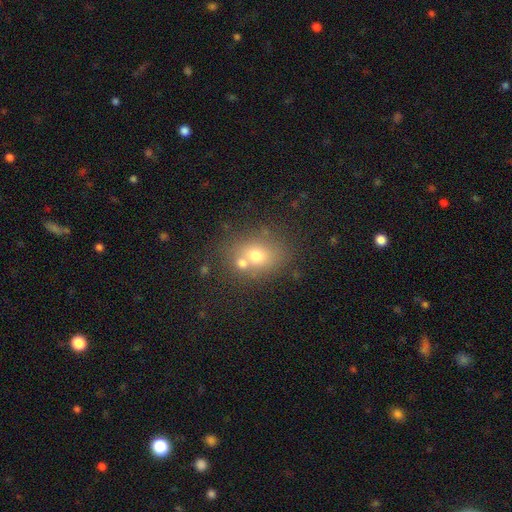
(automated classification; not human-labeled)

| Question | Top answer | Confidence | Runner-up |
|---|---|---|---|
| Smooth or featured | smooth | 67% | featured or disk (19%) |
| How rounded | round | 55% | in between (44%) |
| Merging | none | 51% | merger (33%) |